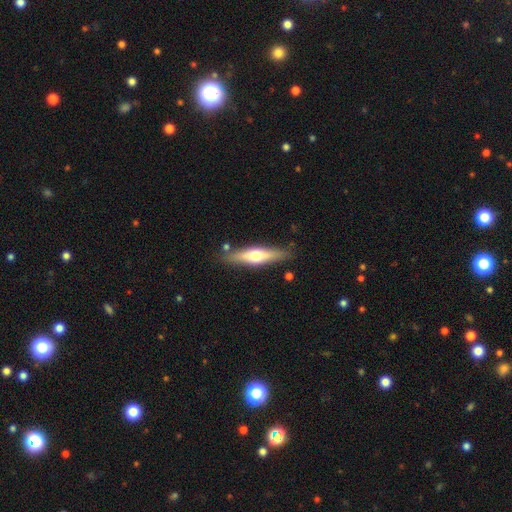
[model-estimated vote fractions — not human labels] Smooth or featured? featured or disk (52%)
Edge-on disk? yes (90%)
Merging? none (83%)